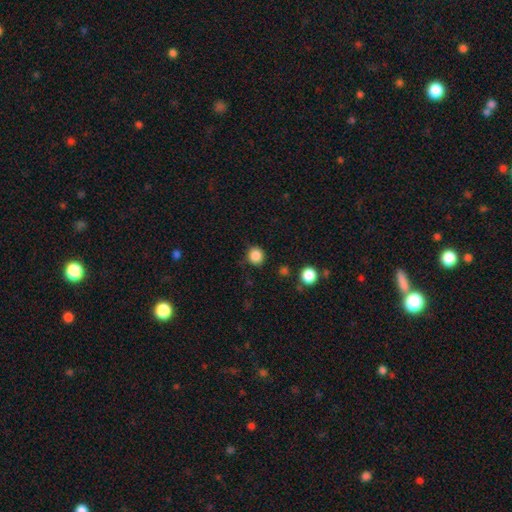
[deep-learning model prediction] The model was most divided on "smooth or featured": smooth: 86%, star or artifact: 11%, featured or disk: 3%. More confident: how rounded — round (91%); merging — none (88%).